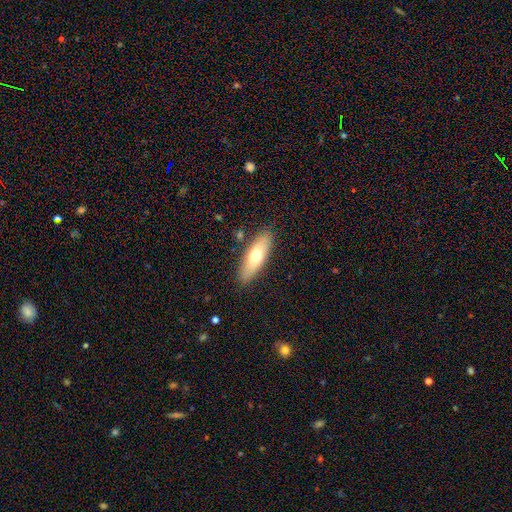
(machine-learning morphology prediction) Smooth or featured? smooth (65%)
How rounded? in between (56%)
Merging? none (87%)